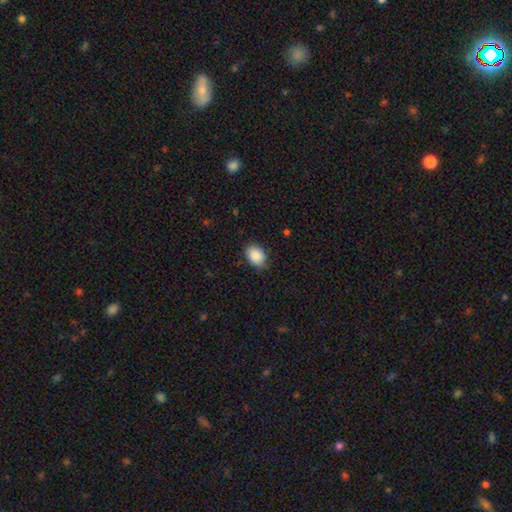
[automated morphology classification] Smooth or featured: smooth — 90% (star or artifact — 7%)
How rounded: in between — 80% (round — 19%)
Merging: none — 83% (minor disturbance — 14%)